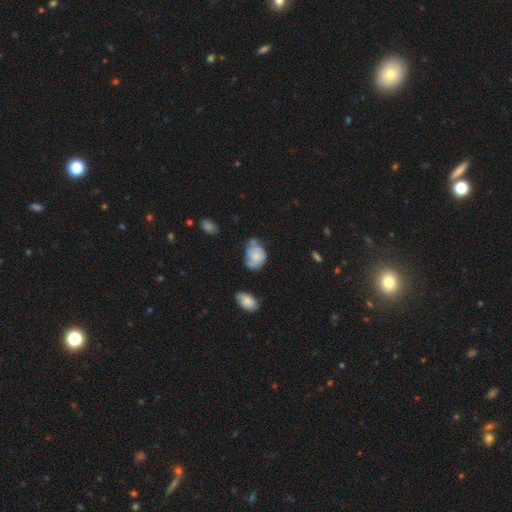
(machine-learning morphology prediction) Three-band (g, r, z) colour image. It shows a smooth galaxy with no disk features (48%). Merging: none (41%).